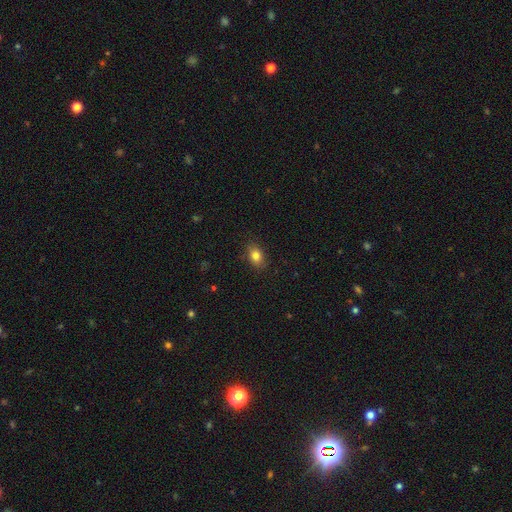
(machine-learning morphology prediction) Smooth or featured? Predicted: smooth (p=0.81). How rounded? Predicted: in between (p=0.75). Merging? Predicted: none (p=0.85).